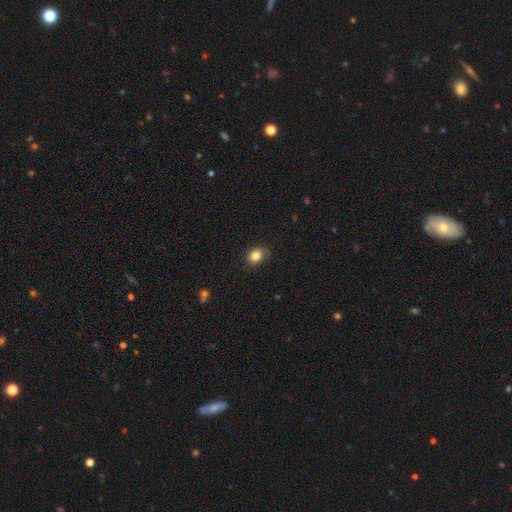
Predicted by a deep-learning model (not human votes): The model was most divided on "how rounded": round: 51%, in between: 48%, cigar-shaped: 1%. More confident: smooth or featured — smooth (84%); merging — none (80%).